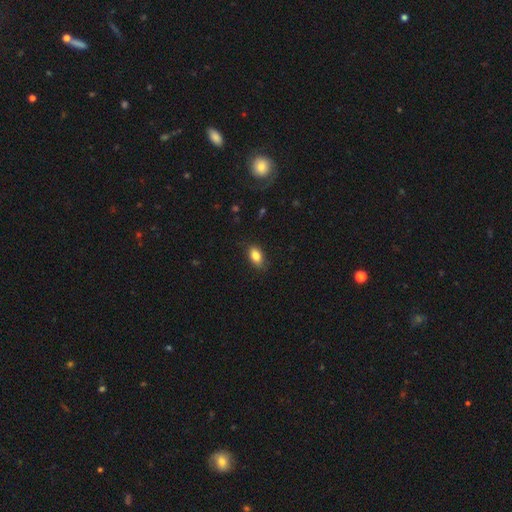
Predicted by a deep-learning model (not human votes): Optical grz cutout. It shows a smooth galaxy with no disk features (82%) that is in between round and cigar-shaped (86%). Merging: none (81%).